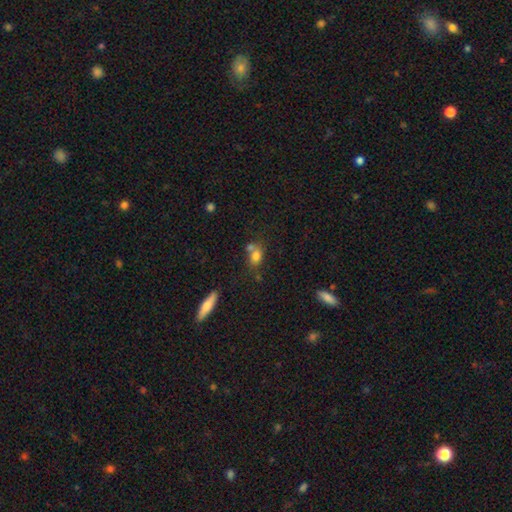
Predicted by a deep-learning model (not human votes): Morphology: type=smooth (76%); roundness=in between (61%); merging=none (42%).